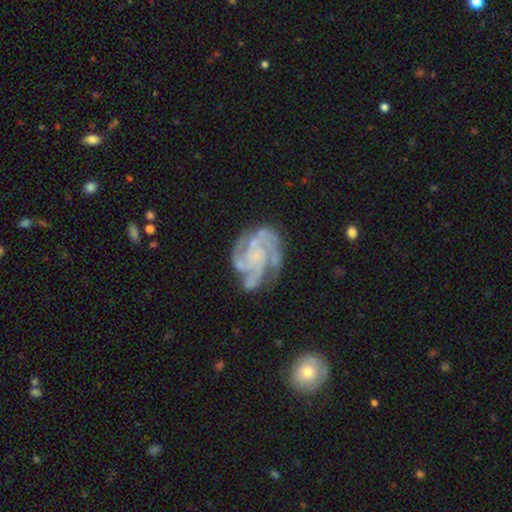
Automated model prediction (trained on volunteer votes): A featured or disk galaxy (88%) with no bar (68%), 3 (37%) tight (51%) spiral arms (97%) and a small central bulge (49%).

Vote fractions:
- Smooth or featured? featured or disk: 88% / smooth: 6% / star or artifact: 6%
- Edge-on disk? no: 98% / yes: 2%
- Bar? no: 68% / weak: 25% / strong: 7%
- Spiral arms? yes: 97% / no: 3%
- Spiral winding? tight: 51% / medium: 41% / loose: 8%
- Spiral arm count? 3: 37% / 4: 27% / can't tell: 12% / 2: 10% / more than 4: 7% / 1: 6%
- Bulge size? small: 49% / none: 36% / moderate: 12% / large: 2% / dominant: 1%
- Merging? none: 67% / minor disturbance: 20% / major disturbance: 11% / merger: 2%